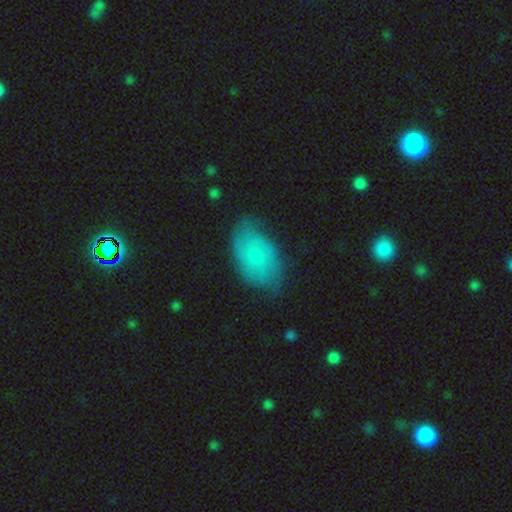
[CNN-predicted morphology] Overall: smooth (51%; featured or disk 42%). How rounded: in between (91%). Merging: none (63%; minor disturbance 28%).